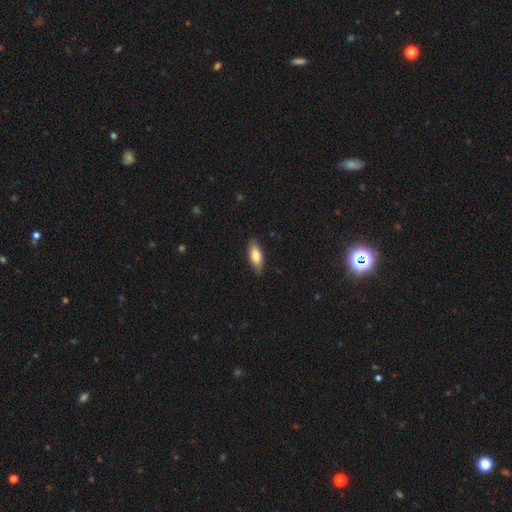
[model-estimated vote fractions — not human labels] Overall: smooth (78%). How rounded: in between (75%). Merging: none (85%).